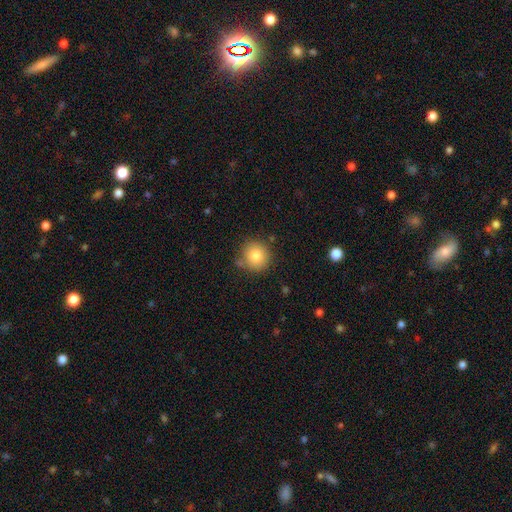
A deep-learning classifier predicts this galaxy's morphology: The model was most divided on "merging": none: 77%, minor disturbance: 14%, merger: 5%, major disturbance: 4%. More confident: how rounded — round (92%); smooth or featured — smooth (81%).